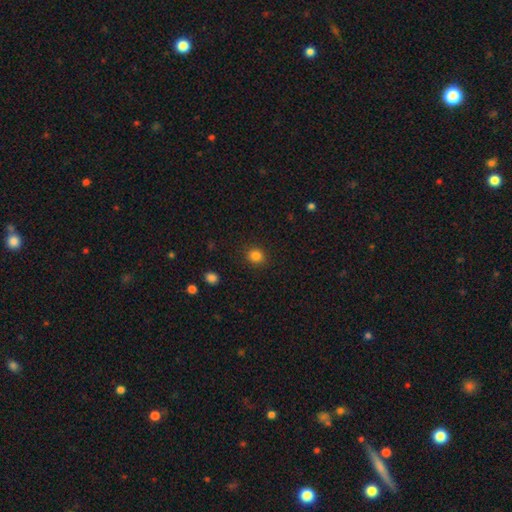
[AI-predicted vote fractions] smooth 84%, star or artifact 12%, featured or disk 4%. Down the decision tree: how rounded — round (77%); merging — none (89%).